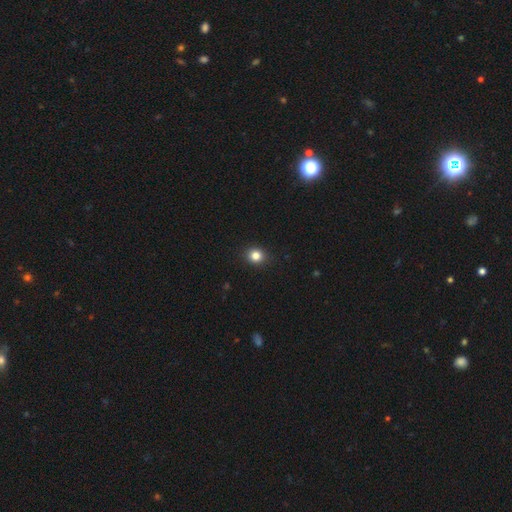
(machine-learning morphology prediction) smooth_or_featured: smooth (p=0.83) [alt: star or artifact p=0.12]
how_rounded: round (p=0.77) [alt: in between p=0.22]
merging: none (p=0.91) [alt: minor disturbance p=0.06]